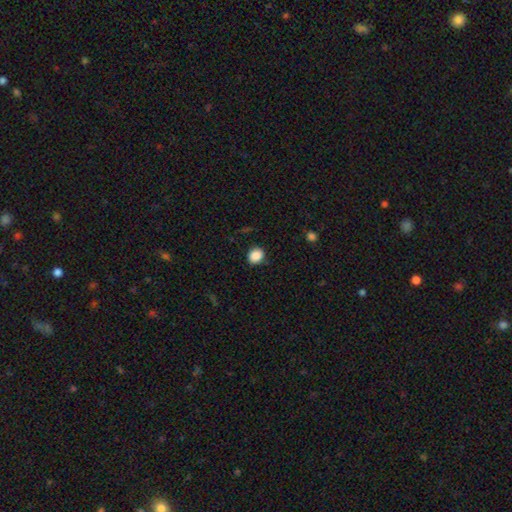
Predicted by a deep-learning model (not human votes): A smooth galaxy with no disk features (88%) that is round (65%). Merging: none (86%).